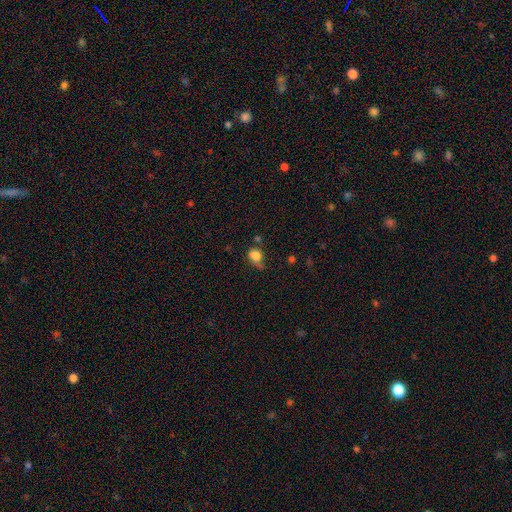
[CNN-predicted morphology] Smooth or featured? Predicted: smooth (p=0.80). How rounded? Predicted: in between (p=0.53). Merging? Predicted: none (p=0.39).